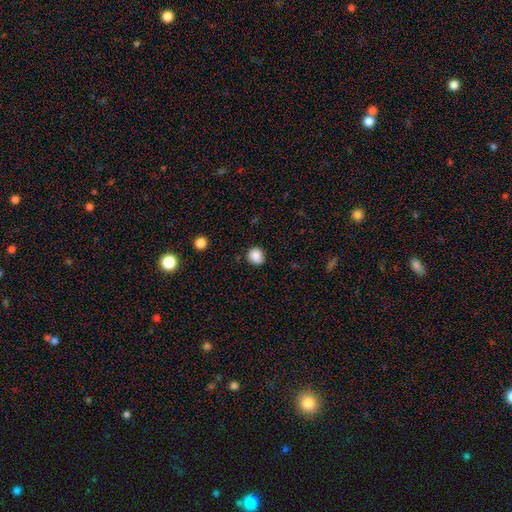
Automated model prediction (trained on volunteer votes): Smooth or featured?
  - smooth: 87% *
  - star or artifact: 10%
  - featured or disk: 4%
How rounded?
  - round: 77% *
  - in between: 22%
  - cigar-shaped: 1%
Merging?
  - none: 81% *
  - minor disturbance: 14%
  - major disturbance: 3%
  - merger: 2%